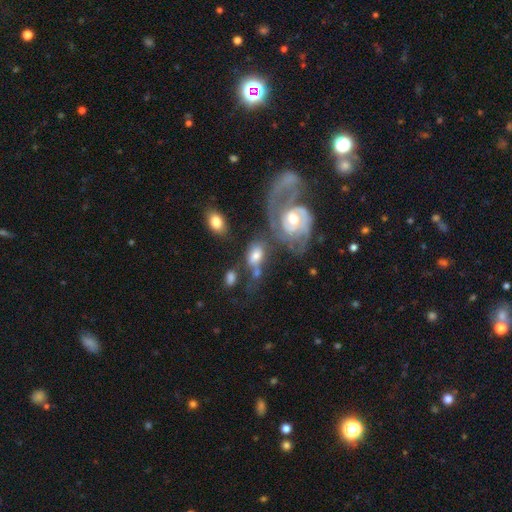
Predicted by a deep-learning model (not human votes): Smooth or featured: featured or disk — 46% (smooth — 45%)
Merging: merger — 35% (none — 27%)